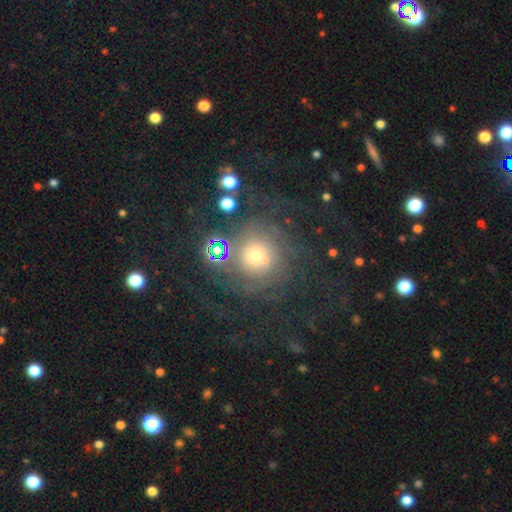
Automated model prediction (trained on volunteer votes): Smooth or featured: featured or disk — 66% (smooth — 18%)
Edge-on disk: no — 97% (yes — 3%)
Bar: no — 81% (weak — 15%)
Spiral arms: yes — 88% (no — 12%)
Spiral winding: tight — 54% (medium — 31%)
Spiral arm count: can't tell — 39% (2 — 17%)
Bulge size: small — 48% (moderate — 36%)
Merging: none — 66% (major disturbance — 16%)